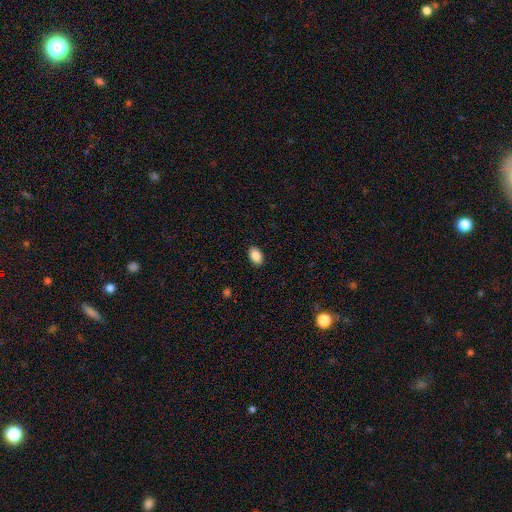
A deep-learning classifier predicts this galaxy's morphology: The model was most divided on "smooth or featured": smooth: 88%, star or artifact: 7%, featured or disk: 4%. More confident: how rounded — in between (90%); merging — none (89%).